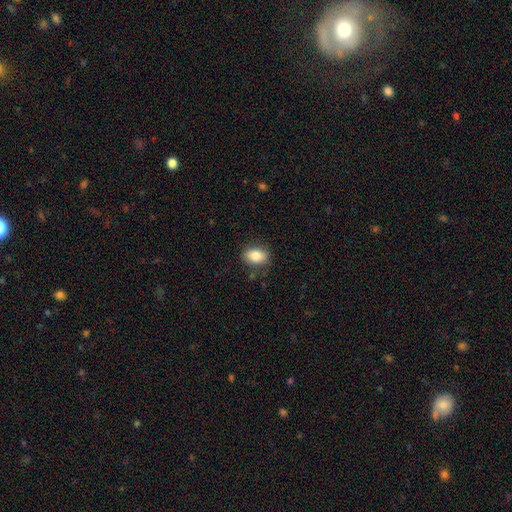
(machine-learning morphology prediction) This appears to be a smooth galaxy with no disk features (83%) that is in between round and cigar-shaped (79%). Merging: none (81%).